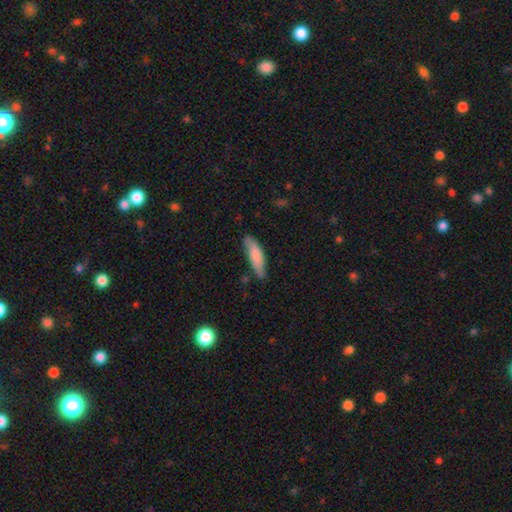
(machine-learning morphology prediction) This appears to be a smooth galaxy with no disk features (80%) that is cigar-shaped (62%). Merging: none (67%).